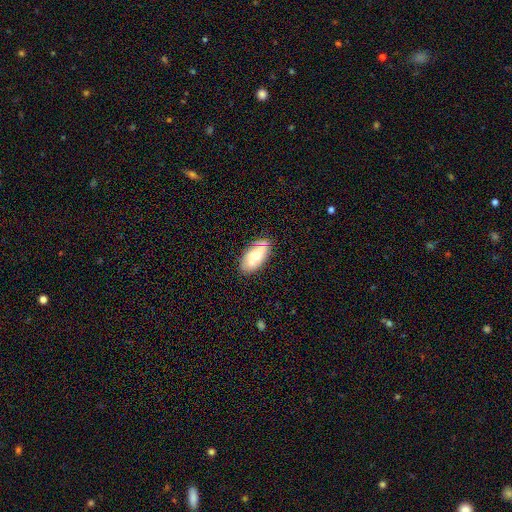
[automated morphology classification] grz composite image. It shows a smooth galaxy with no disk features (56%) that is in between round and cigar-shaped (90%). Merging: none (74%).